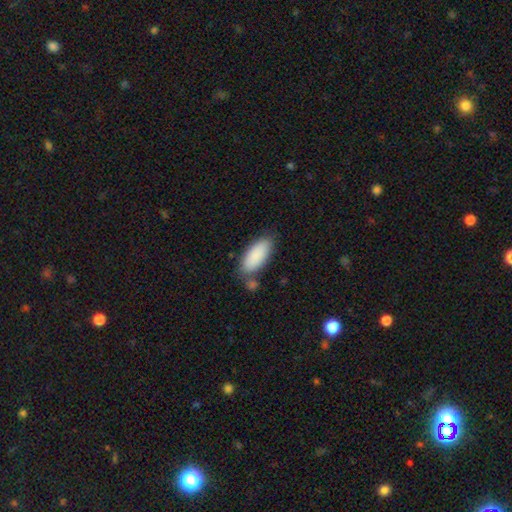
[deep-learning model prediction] smooth-or-featured: smooth: 88% | star or artifact: 6% | featured or disk: 6%
  how-rounded: in between: 83% | cigar-shaped: 15% | round: 2%
  merging: none: 69% | minor disturbance: 16% | merger: 10% | major disturbance: 4%